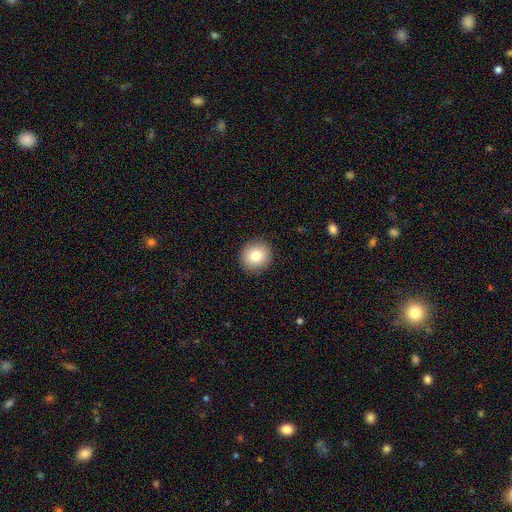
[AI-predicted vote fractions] smooth_or_featured: smooth (p=0.80) [alt: featured or disk p=0.10]
how_rounded: round (p=0.88) [alt: in between p=0.11]
merging: none (p=0.91) [alt: minor disturbance p=0.06]